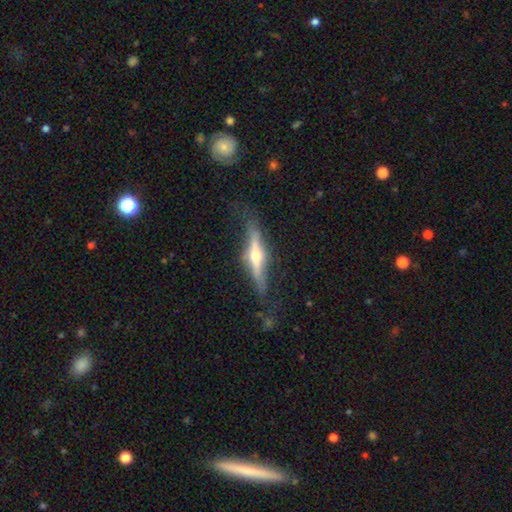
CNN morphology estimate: smooth_or_featured: featured or disk (p=0.76) [alt: smooth p=0.19]
disk_edge_on: yes (p=0.95) [alt: no p=0.05]
edge_on_bulge: rounded (p=0.92) [alt: none p=0.04]
merging: none (p=0.76) [alt: minor disturbance p=0.17]